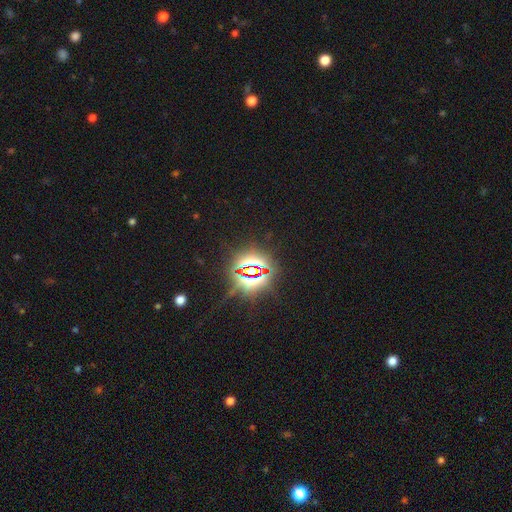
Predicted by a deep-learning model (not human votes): The model was most divided on "smooth or featured": star or artifact: 85%, smooth: 9%, featured or disk: 6%.